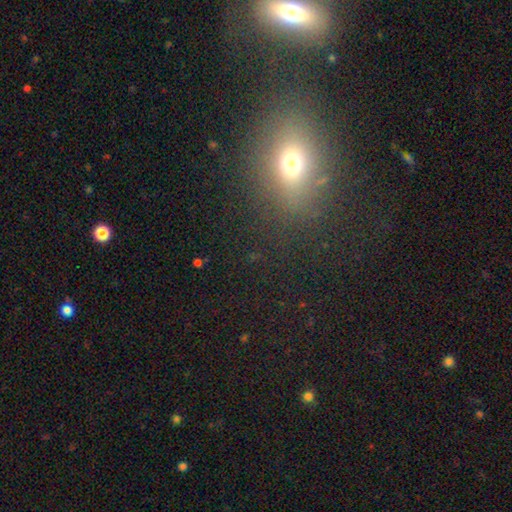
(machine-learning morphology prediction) This appears to be a smooth galaxy with no disk features (53%) that is in between round and cigar-shaped (52%). Merging: none (79%).